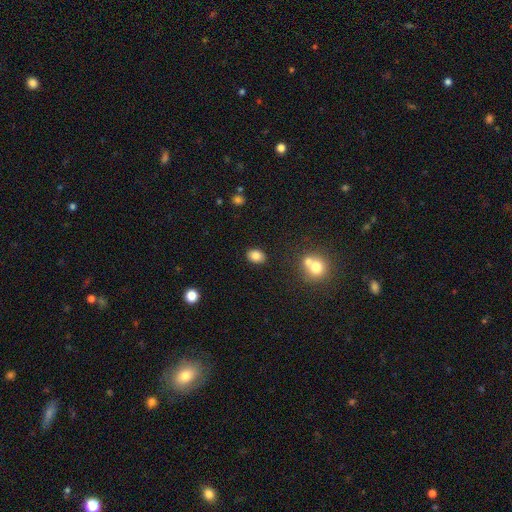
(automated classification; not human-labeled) Smooth or featured? smooth (84%)
How rounded? in between (75%)
Merging? none (85%)